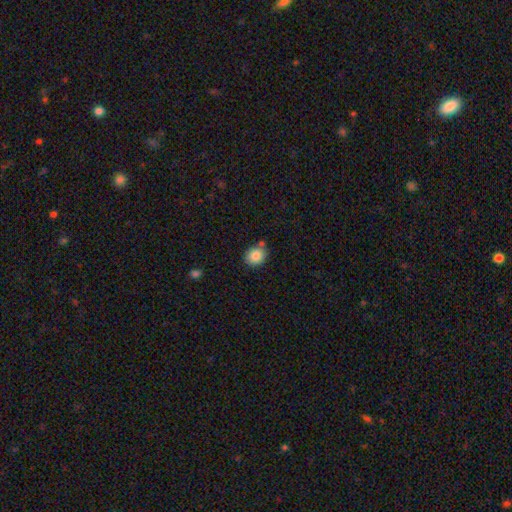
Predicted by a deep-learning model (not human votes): Q: Smooth or featured?
A: smooth (85%); runner-up: star or artifact (8%)
Q: How rounded?
A: round (65%); runner-up: in between (34%)
Q: Merging?
A: none (73%); runner-up: minor disturbance (14%)